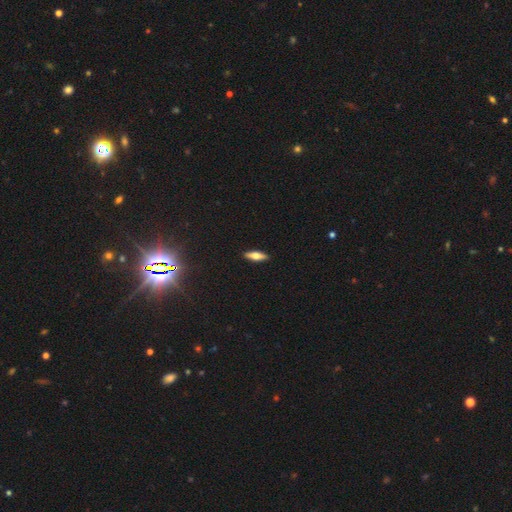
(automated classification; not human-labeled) smooth_or_featured: smooth (p=0.54) [alt: featured or disk p=0.39]
how_rounded: cigar-shaped (p=0.50) [alt: in between p=0.47]
merging: none (p=0.90) [alt: minor disturbance p=0.07]